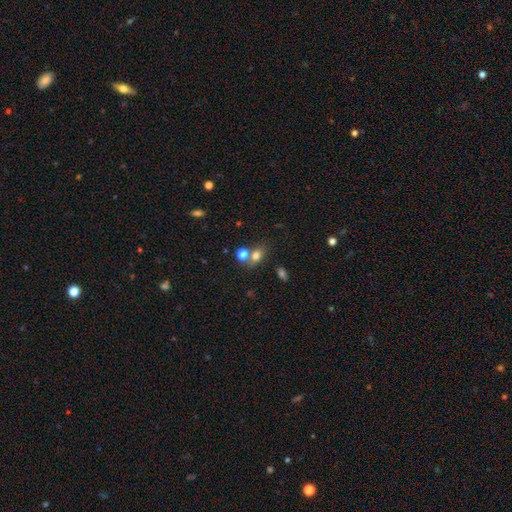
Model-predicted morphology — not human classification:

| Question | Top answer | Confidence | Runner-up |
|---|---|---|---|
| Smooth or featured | smooth | 75% | star or artifact (15%) |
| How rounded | in between | 56% | round (42%) |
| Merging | none | 54% | merger (30%) |